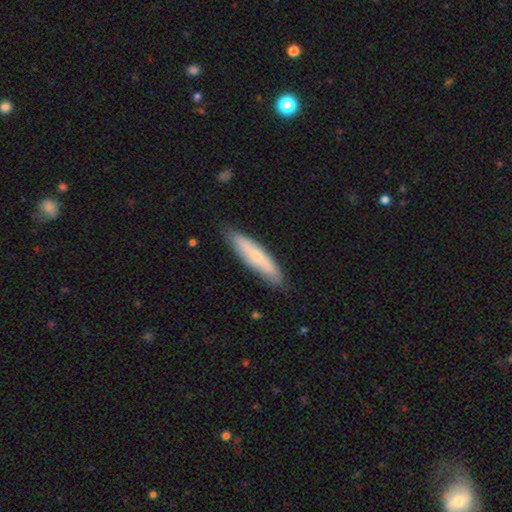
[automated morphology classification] Smooth or featured: smooth — 63% (featured or disk — 31%)
How rounded: cigar-shaped — 82% (in between — 17%)
Merging: none — 83% (minor disturbance — 13%)